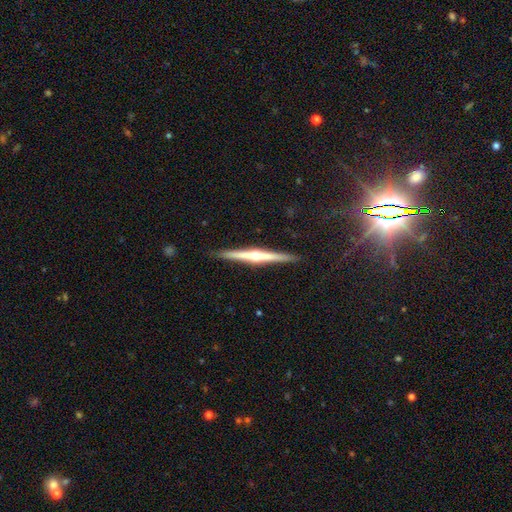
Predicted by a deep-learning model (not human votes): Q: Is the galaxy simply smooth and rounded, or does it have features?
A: featured or disk — 77%.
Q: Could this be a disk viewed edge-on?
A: yes — 98%.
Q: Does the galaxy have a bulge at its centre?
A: rounded — 90%.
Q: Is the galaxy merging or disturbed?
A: none — 91%.